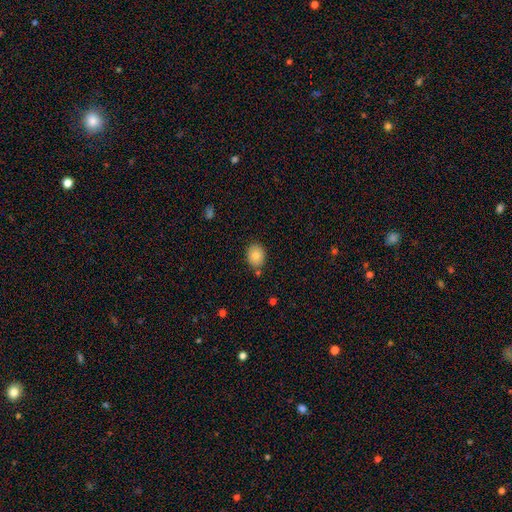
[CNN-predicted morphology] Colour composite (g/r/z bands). It shows a smooth galaxy with no disk features (81%) that is round (53%). Merging: none (81%).